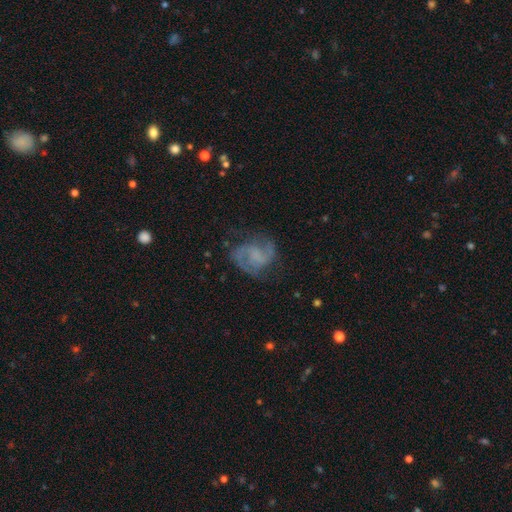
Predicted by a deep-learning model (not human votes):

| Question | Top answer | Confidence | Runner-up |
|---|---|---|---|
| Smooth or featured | featured or disk | 80% | smooth (13%) |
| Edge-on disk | no | 98% | yes (2%) |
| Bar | no | 51% | weak (39%) |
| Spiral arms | yes | 95% | no (5%) |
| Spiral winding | medium | 53% | loose (25%) |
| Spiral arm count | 2 | 87% | can't tell (5%) |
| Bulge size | none | 59% | small (21%) |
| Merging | none | 70% | minor disturbance (18%) |